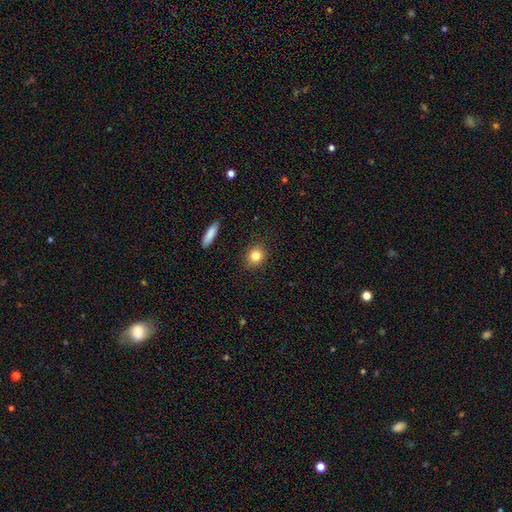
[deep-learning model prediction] A smooth galaxy with no disk features (82%) that is round (72%).

Vote fractions:
- Smooth or featured? smooth: 82% / star or artifact: 10% / featured or disk: 8%
- How rounded? round: 72% / in between: 26% / cigar-shaped: 2%
- Merging? none: 89% / minor disturbance: 7% / major disturbance: 2% / merger: 1%